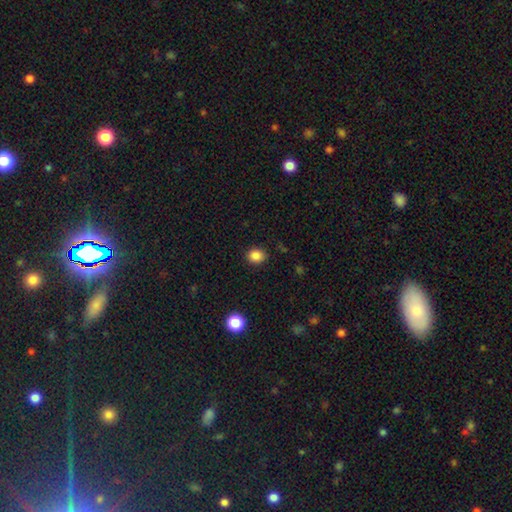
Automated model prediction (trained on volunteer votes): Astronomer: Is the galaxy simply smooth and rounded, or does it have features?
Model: smooth — 86%.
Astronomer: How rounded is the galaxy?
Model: round — 72%.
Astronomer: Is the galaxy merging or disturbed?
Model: none — 88%.